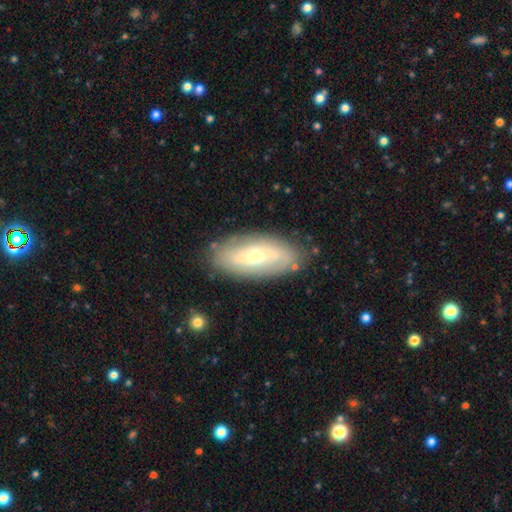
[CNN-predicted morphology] featured or disk 58%, smooth 34%, star or artifact 7%. Down the decision tree: edge-on disk — no (82%); merging — none (84%).